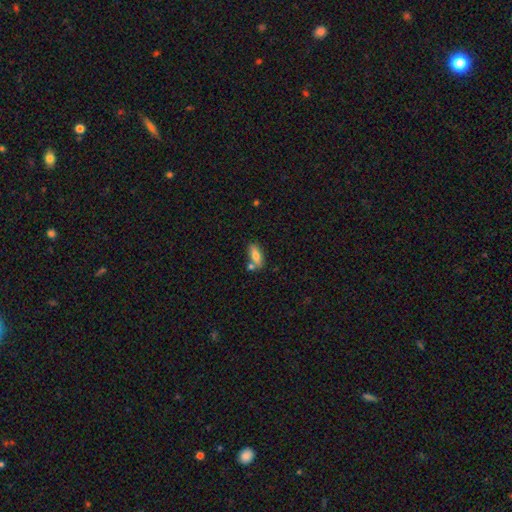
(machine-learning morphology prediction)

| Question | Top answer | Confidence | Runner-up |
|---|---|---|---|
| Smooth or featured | smooth | 74% | featured or disk (19%) |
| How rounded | in between | 68% | cigar-shaped (28%) |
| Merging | none | 66% | merger (17%) |